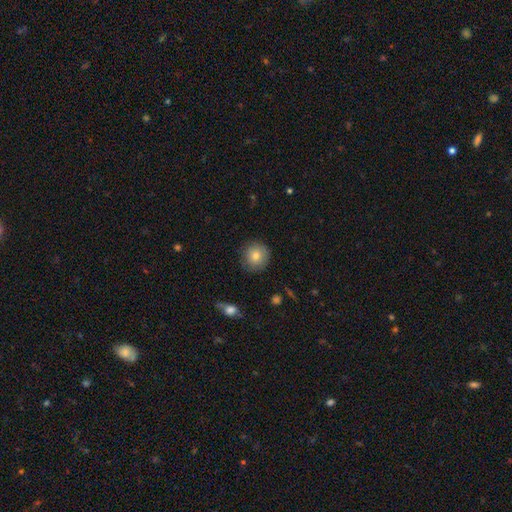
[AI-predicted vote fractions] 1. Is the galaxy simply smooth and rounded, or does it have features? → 78% smooth, 13% featured or disk, 9% star or artifact.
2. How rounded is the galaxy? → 92% round, 7% in between, 1% cigar-shaped.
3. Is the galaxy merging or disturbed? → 85% none, 11% minor disturbance, 3% major disturbance, 1% merger.